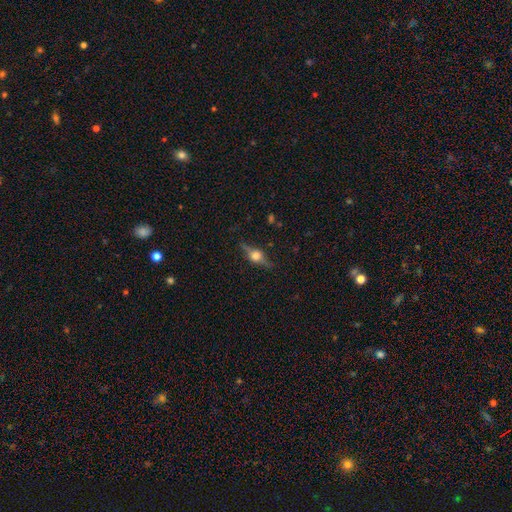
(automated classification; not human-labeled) Morphology: type=featured or disk (74%); edge-on=yes (95%); edge-on bulge=rounded (95%); merging=none (84%).